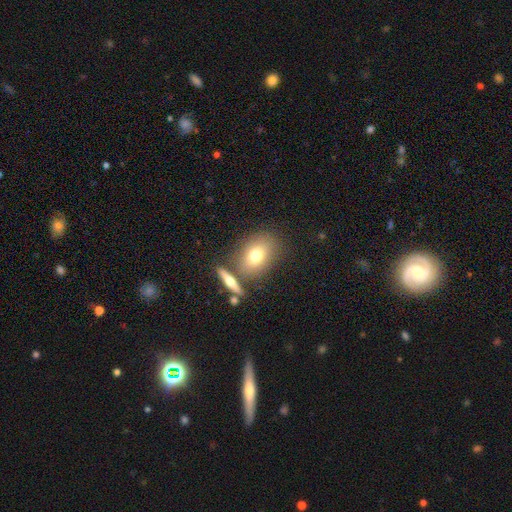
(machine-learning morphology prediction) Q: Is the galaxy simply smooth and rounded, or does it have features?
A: smooth — 72%.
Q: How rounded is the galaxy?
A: in between — 69%.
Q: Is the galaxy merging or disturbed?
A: none — 67%.